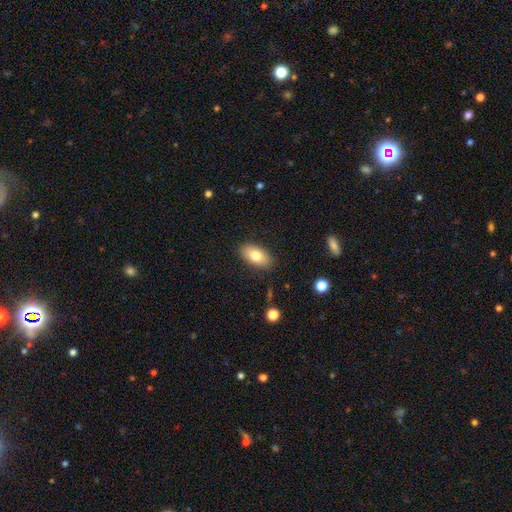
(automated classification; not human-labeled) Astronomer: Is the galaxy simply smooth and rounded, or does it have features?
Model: smooth — 78%.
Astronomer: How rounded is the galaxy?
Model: in between — 91%.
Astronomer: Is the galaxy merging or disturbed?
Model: none — 86%.